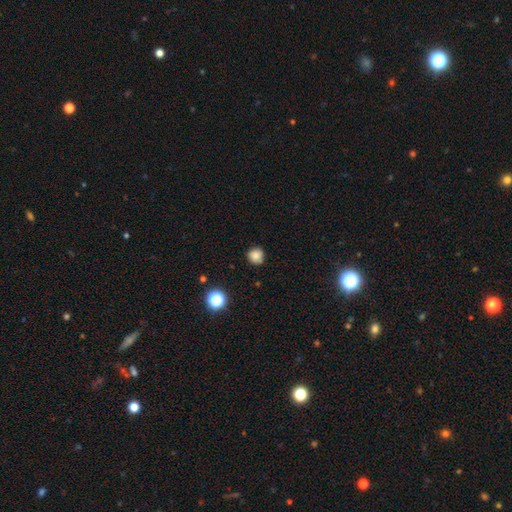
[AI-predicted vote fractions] Q: Smooth or featured?
A: smooth (83%); runner-up: star or artifact (11%)
Q: How rounded?
A: round (93%); runner-up: in between (6%)
Q: Merging?
A: none (87%); runner-up: minor disturbance (10%)